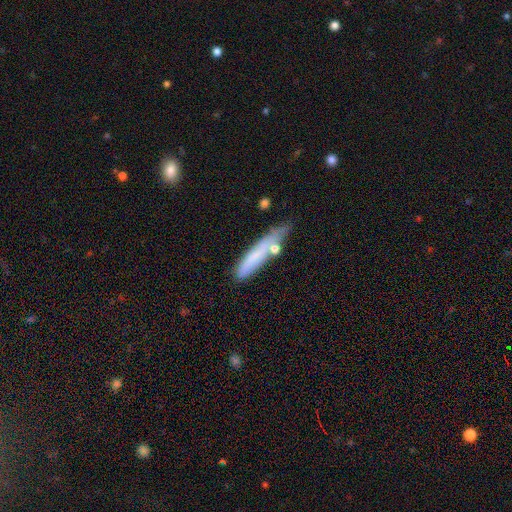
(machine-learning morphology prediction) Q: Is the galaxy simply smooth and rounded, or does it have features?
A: smooth — 66%.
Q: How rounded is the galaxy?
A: cigar-shaped — 85%.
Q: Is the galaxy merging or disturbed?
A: none — 57%.